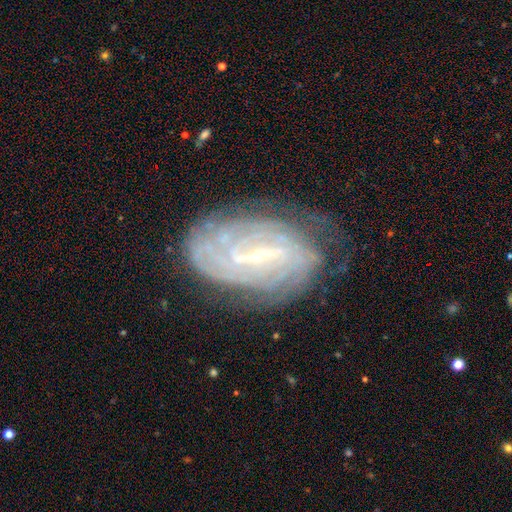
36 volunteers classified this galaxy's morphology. Smooth or featured: featured or disk — 83% (smooth — 11%)
Edge-on disk: no — 90% (yes — 10%)
Bar: strong — 63% (weak — 33%)
Spiral arms: yes — 85% (no — 15%)
Spiral winding: tight — 78% (medium — 22%)
Spiral arm count: can't tell — 48% (more than 4 — 26%)
Bulge size: small — 78% (moderate — 15%)
Merging: none — 76% (minor disturbance — 15%)